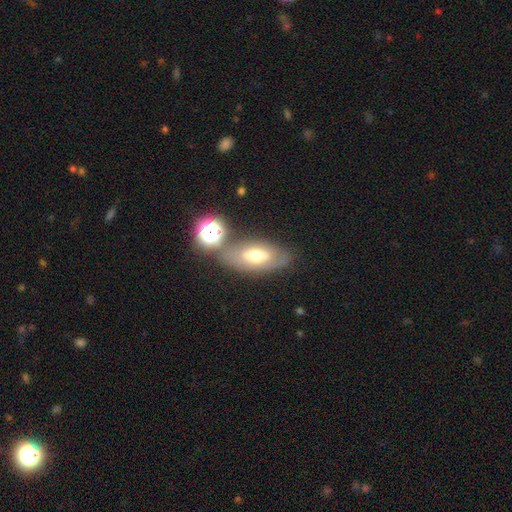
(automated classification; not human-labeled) A smooth galaxy with no disk features (46%).

Vote fractions:
- Smooth or featured? smooth: 46% / featured or disk: 42% / star or artifact: 12%
- Merging? none: 59% / minor disturbance: 17% / merger: 16% / major disturbance: 8%